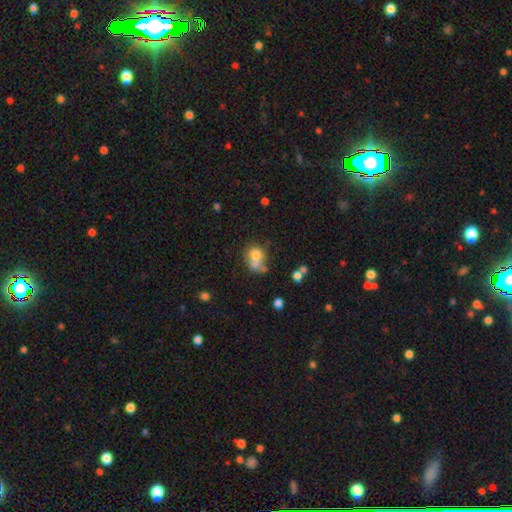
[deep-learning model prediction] A smooth galaxy with no disk features (71%) that is round (63%). Merging: merger (47%).